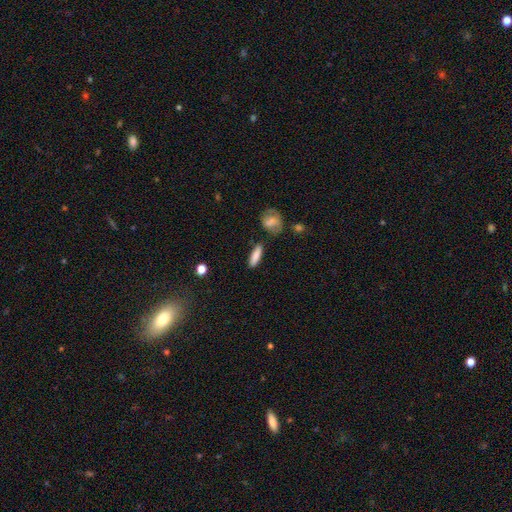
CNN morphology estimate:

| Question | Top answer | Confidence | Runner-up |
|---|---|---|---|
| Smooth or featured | smooth | 82% | featured or disk (11%) |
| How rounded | cigar-shaped | 66% | in between (32%) |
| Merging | none | 81% | minor disturbance (12%) |